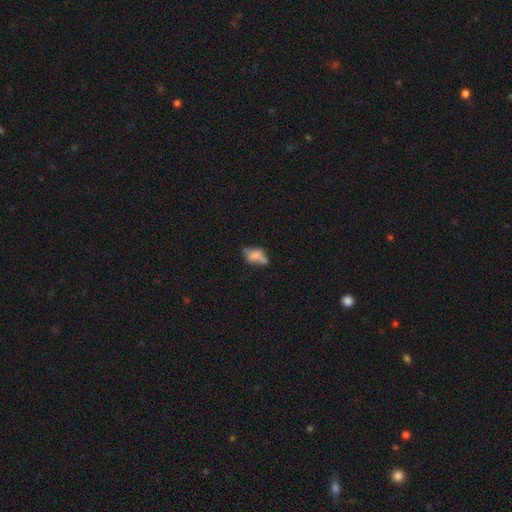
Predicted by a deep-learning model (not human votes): This is possibly a smooth galaxy (58%). How rounded: clearly in between (83%). Merging: marginally none (42%).